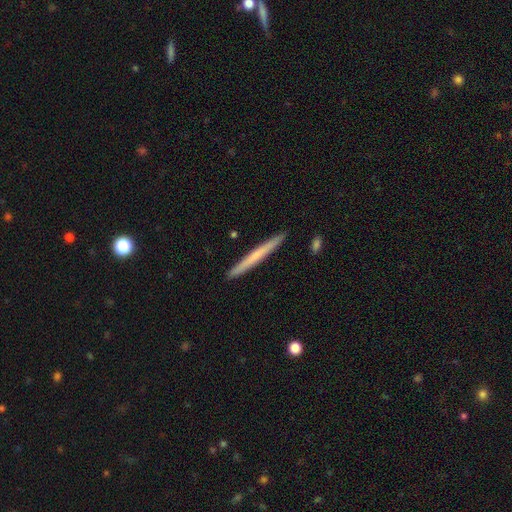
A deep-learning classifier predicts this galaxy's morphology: Smooth or featured: smooth — 55% (featured or disk — 39%)
How rounded: cigar-shaped — 97% (in between — 2%)
Merging: none — 92% (minor disturbance — 5%)